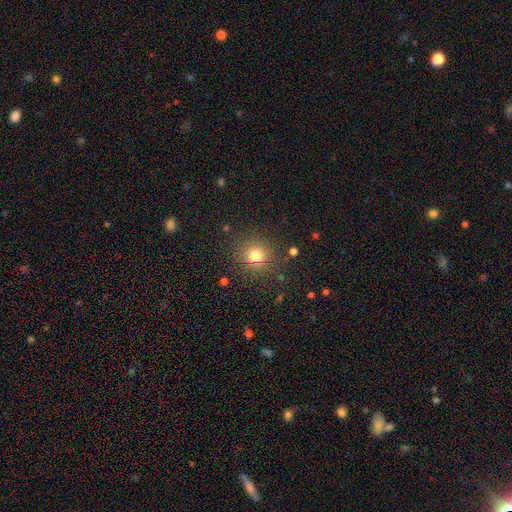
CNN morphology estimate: A smooth galaxy with no disk features (75%) that is round (91%). Merging: none (86%).